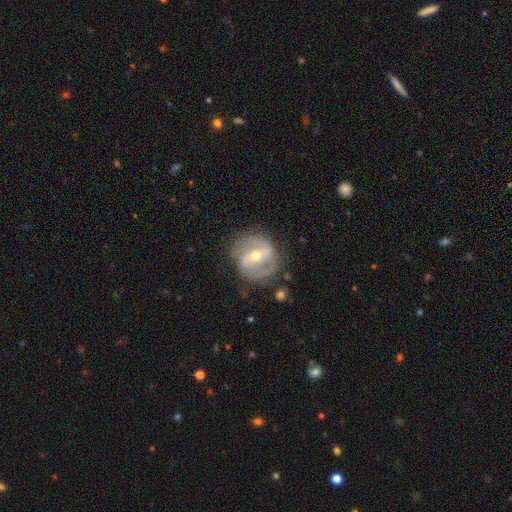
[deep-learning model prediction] Morphology: type=featured or disk (83%); edge-on=no (97%); bar=weak (41%); spiral arms=yes (88%); winding=medium (48%); arm count=2 (83%); bulge=moderate (57%); merging=none (76%).